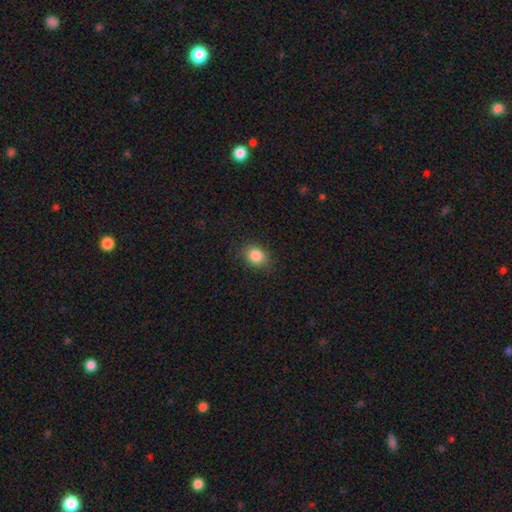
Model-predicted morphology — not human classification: type=smooth (86%); roundness=in between (50%); merging=none (85%).